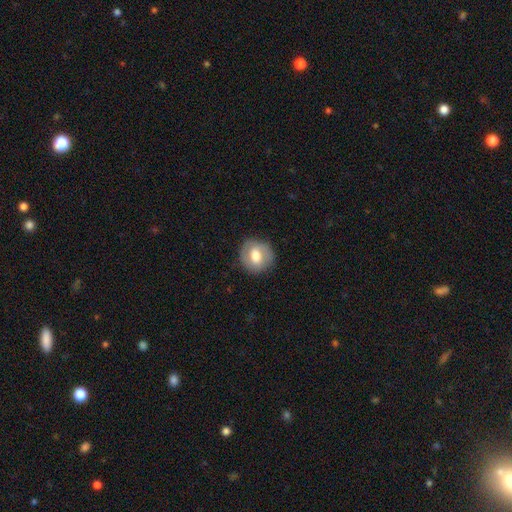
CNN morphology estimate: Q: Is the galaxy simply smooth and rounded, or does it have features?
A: smooth — 55%.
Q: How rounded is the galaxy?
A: round — 76%.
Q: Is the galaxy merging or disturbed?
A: none — 83%.